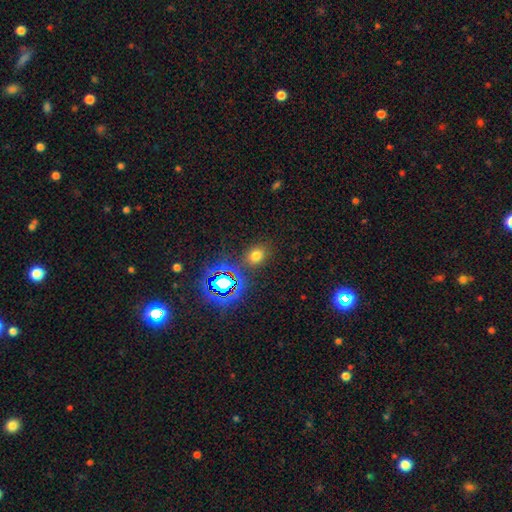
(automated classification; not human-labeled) A smooth galaxy with no disk features (64%) that is in between round and cigar-shaped (50%).

Vote fractions:
- Smooth or featured? smooth: 64% / star or artifact: 28% / featured or disk: 7%
- How rounded? in between: 50% / round: 49% / cigar-shaped: 1%
- Merging? none: 81% / minor disturbance: 11% / major disturbance: 4% / merger: 4%